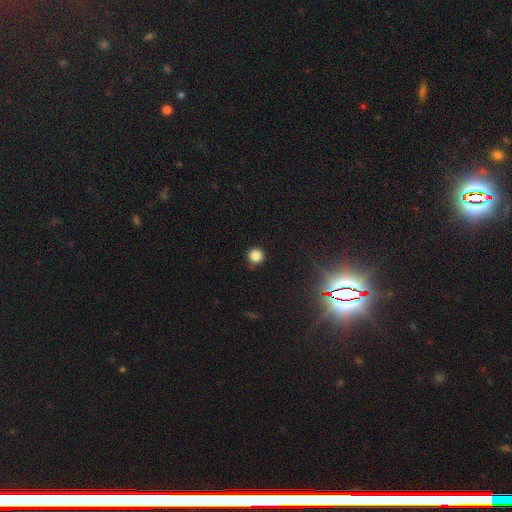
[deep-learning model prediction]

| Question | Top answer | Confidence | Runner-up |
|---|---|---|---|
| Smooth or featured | smooth | 83% | star or artifact (14%) |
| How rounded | round | 95% | in between (4%) |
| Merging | none | 87% | minor disturbance (9%) |